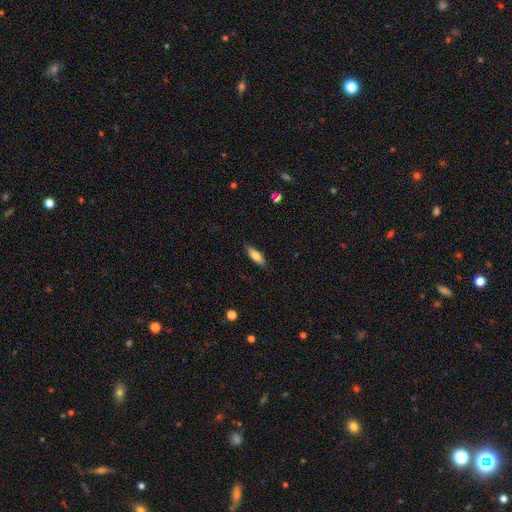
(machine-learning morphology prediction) Q: Smooth or featured?
A: smooth (71%); runner-up: featured or disk (23%)
Q: How rounded?
A: cigar-shaped (50%); runner-up: in between (48%)
Q: Merging?
A: none (86%); runner-up: minor disturbance (10%)